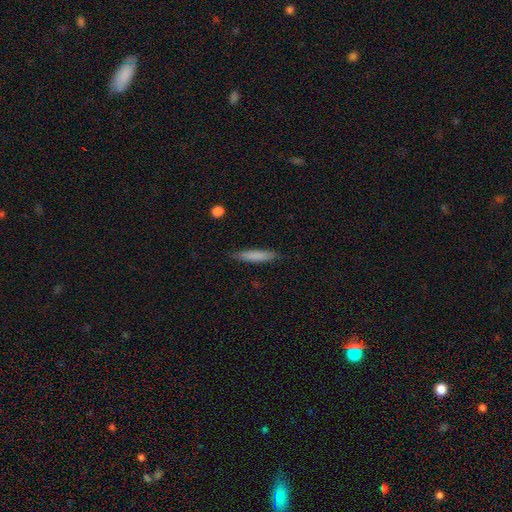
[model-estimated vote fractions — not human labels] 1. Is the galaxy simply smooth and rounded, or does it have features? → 80% smooth, 14% featured or disk, 6% star or artifact.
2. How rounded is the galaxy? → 87% cigar-shaped, 11% in between, 1% round.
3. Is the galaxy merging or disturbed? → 85% none, 11% minor disturbance, 2% major disturbance, 1% merger.